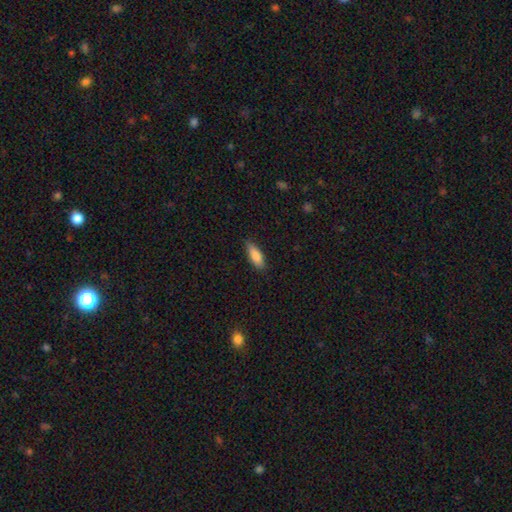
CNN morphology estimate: smooth-or-featured: smooth: 85% | featured or disk: 9% | star or artifact: 7%
  how-rounded: in between: 67% | cigar-shaped: 31% | round: 2%
  merging: none: 81% | minor disturbance: 15% | major disturbance: 3% | merger: 1%